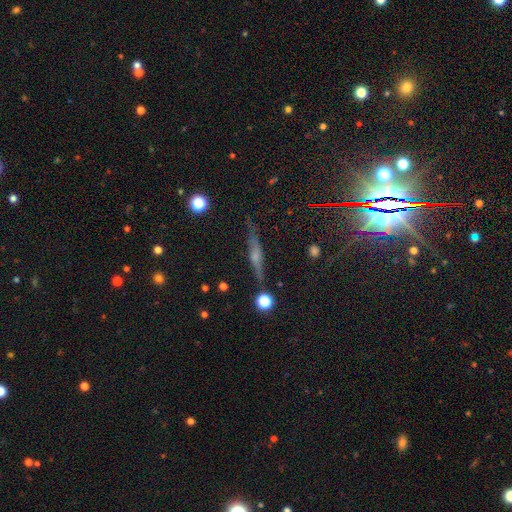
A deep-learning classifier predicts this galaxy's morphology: A featured or disk galaxy (60%) viewed edge-on (95%) with a rounded central bulge (69%).

Vote fractions:
- Smooth or featured? featured or disk: 60% / smooth: 27% / star or artifact: 13%
- Edge-on disk? yes: 95% / no: 5%
- Edge-on bulge? rounded: 69% / none: 18% / boxy: 13%
- Merging? none: 83% / minor disturbance: 12% / major disturbance: 3% / merger: 2%